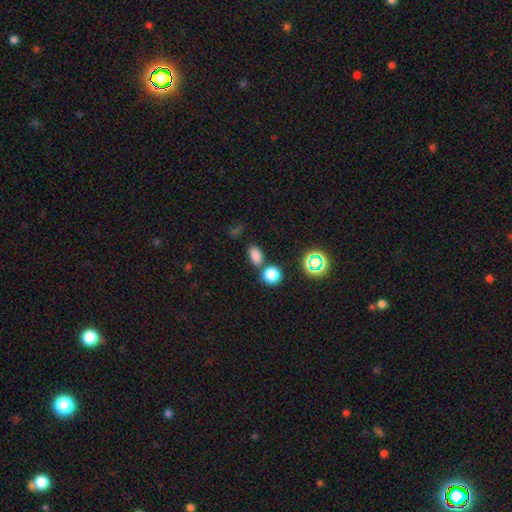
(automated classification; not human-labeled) Morphology: type=smooth (77%); roundness=in between (76%); merging=none (70%).